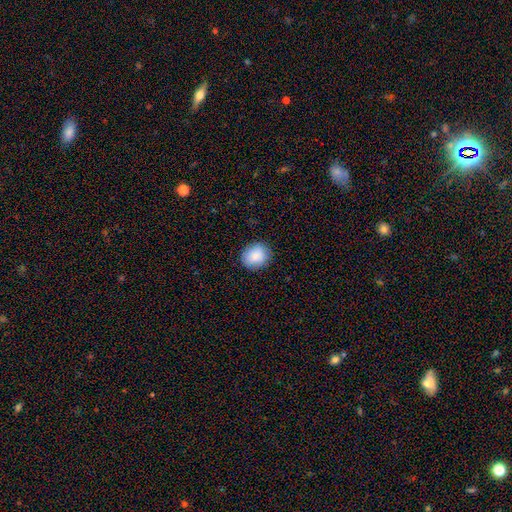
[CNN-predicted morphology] The model was most divided on "how rounded": round: 62%, in between: 37%, cigar-shaped: 1%. More confident: smooth or featured — smooth (88%); merging — none (87%).